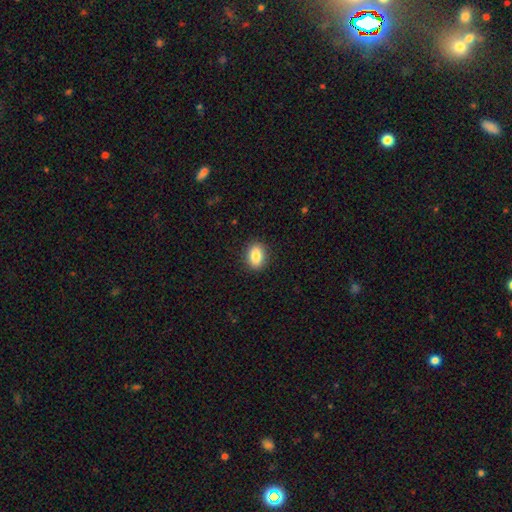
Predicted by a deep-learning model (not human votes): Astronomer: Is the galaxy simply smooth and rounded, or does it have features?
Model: smooth — 86%.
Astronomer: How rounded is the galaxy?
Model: in between — 74%.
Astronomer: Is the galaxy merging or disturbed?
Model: none — 89%.